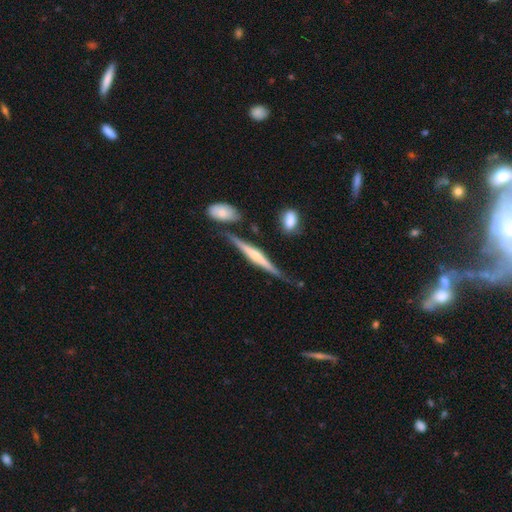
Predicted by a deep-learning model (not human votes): Morphology: type=featured or disk (73%); edge-on=yes (97%); edge-on bulge=rounded (60%); merging=none (75%).